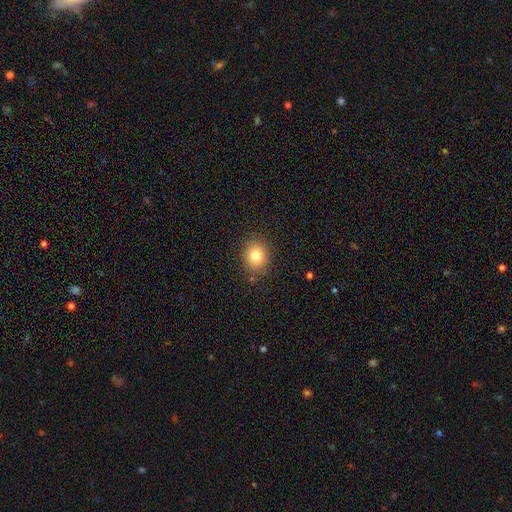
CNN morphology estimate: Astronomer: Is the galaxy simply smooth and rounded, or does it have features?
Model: smooth — 80%.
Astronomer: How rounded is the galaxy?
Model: round — 71%.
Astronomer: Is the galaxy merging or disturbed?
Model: none — 86%.